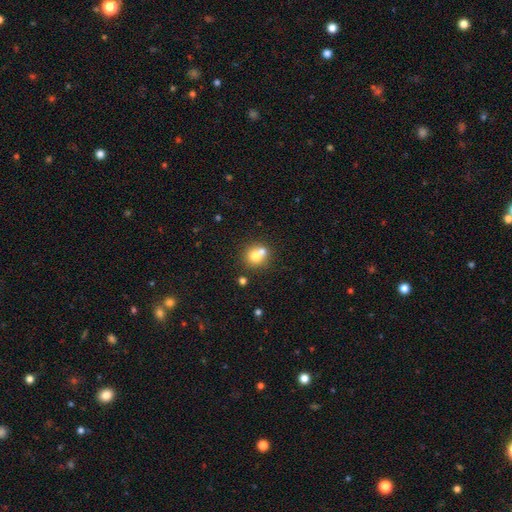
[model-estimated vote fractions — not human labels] Overall: smooth (71%). How rounded: round (83%). Merging: merger (49%; none 41%).